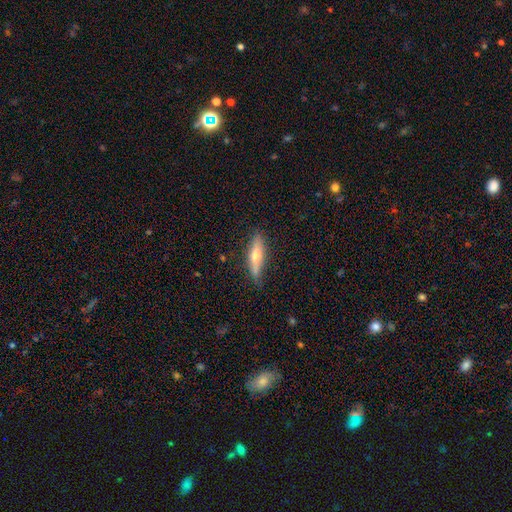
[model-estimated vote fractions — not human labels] Smooth or featured?
  - smooth: 48% *
  - featured or disk: 46%
  - star or artifact: 6%
Merging?
  - none: 80% *
  - minor disturbance: 16%
  - major disturbance: 3%
  - merger: 1%